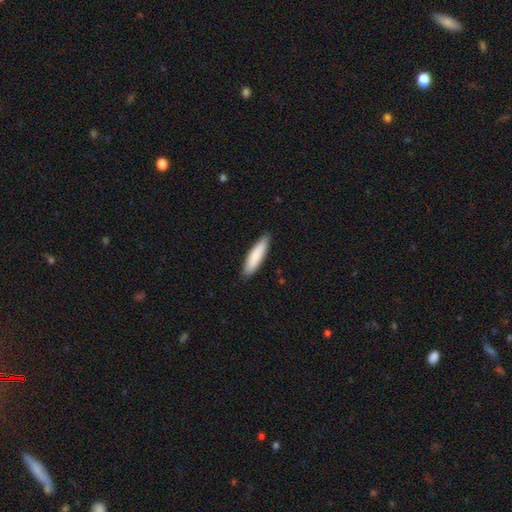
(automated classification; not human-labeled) smooth 85%, featured or disk 10%, star or artifact 5%. Down the decision tree: how rounded — cigar-shaped (70%); merging — none (88%).